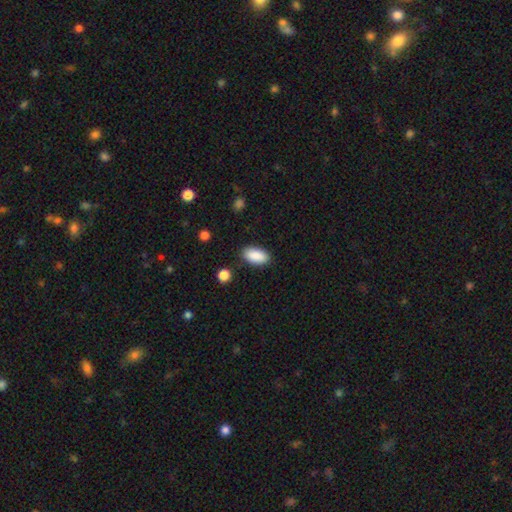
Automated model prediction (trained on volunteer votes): Smooth or featured? Predicted: smooth (p=0.90). How rounded? Predicted: in between (p=0.93). Merging? Predicted: none (p=0.87).